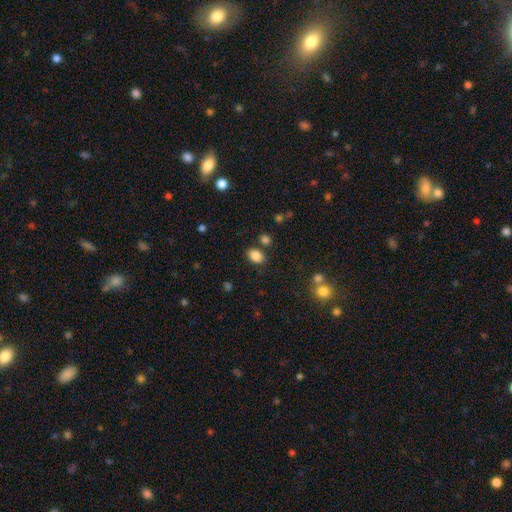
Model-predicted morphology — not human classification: Smooth or featured?
  - smooth: 85% *
  - star or artifact: 10%
  - featured or disk: 4%
How rounded?
  - in between: 73% *
  - round: 26%
  - cigar-shaped: 1%
Merging?
  - none: 77% *
  - minor disturbance: 12%
  - merger: 7%
  - major disturbance: 4%